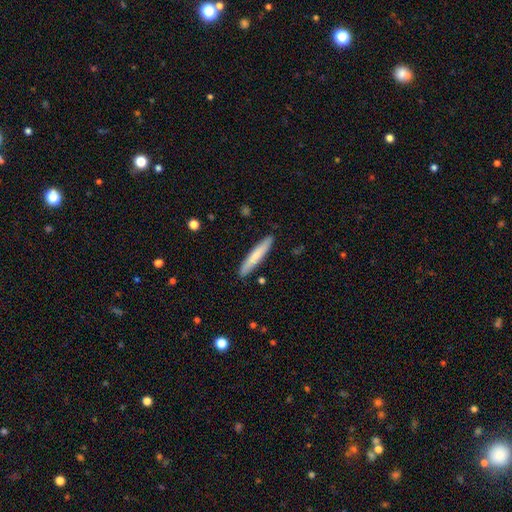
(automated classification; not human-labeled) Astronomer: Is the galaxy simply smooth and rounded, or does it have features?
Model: smooth — 74%.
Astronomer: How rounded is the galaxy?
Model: cigar-shaped — 93%.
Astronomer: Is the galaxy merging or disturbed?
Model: none — 89%.